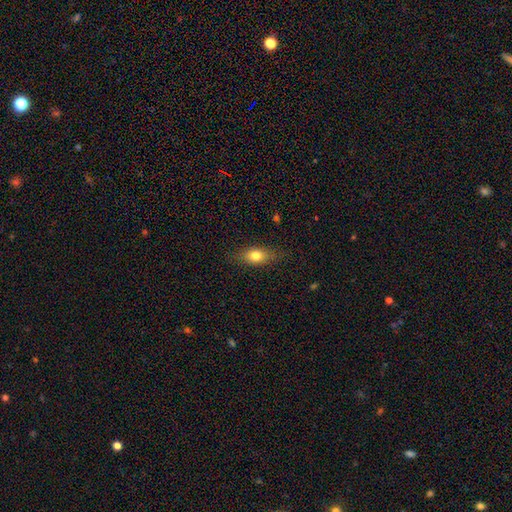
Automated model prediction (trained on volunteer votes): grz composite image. It shows a smooth galaxy with no disk features (76%) that is in between round and cigar-shaped (76%). Merging: none (80%).